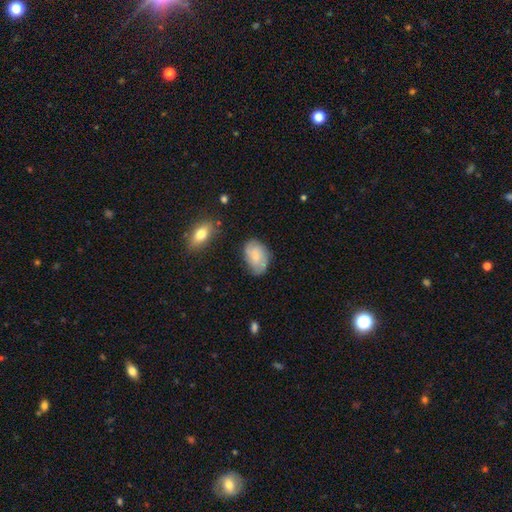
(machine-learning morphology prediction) Smooth or featured?
  - smooth: 59% *
  - featured or disk: 34%
  - star or artifact: 7%
How rounded?
  - in between: 87% *
  - round: 11%
  - cigar-shaped: 1%
Merging?
  - none: 70% *
  - minor disturbance: 22%
  - major disturbance: 5%
  - merger: 2%